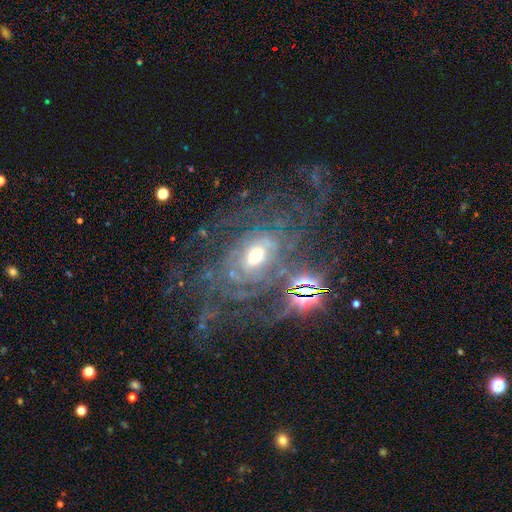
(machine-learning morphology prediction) This appears to be a featured or disk galaxy (79%) with no bar (56%), tight (55%) spiral arms (88%) and a moderate central bulge (54%). Merging: none (55%).